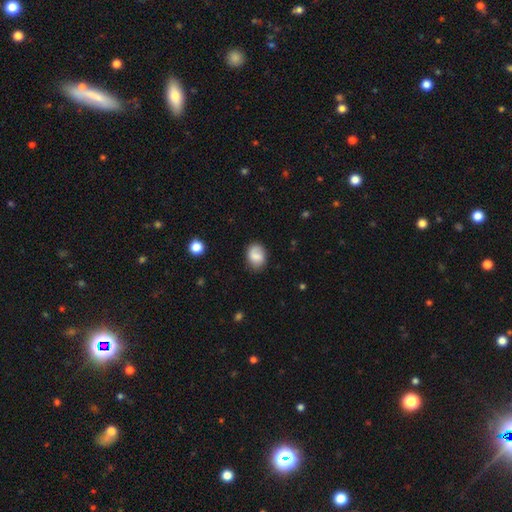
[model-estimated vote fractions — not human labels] smooth 74%, featured or disk 18%, star or artifact 8%. Down the decision tree: how rounded — in between (66%); merging — none (73%).